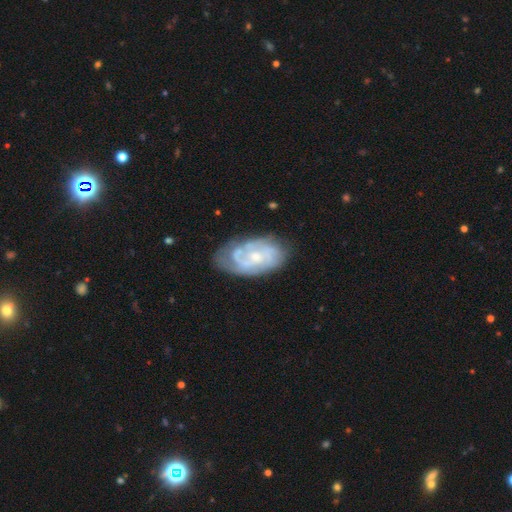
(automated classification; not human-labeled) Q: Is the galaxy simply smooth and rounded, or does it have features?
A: featured or disk — 72%.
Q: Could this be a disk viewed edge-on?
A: no — 94%.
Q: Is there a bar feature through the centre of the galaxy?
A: no — 70%.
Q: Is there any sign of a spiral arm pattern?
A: yes — 83%.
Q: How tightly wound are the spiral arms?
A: tight — 63%.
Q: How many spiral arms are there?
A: can't tell — 47%.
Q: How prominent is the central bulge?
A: small — 60%.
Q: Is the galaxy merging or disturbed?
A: none — 71%.